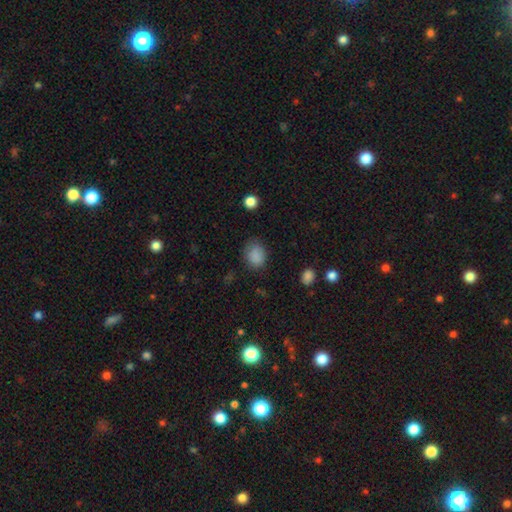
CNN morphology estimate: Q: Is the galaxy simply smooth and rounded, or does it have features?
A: smooth — 86%.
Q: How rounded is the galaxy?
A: round — 51%.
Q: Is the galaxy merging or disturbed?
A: none — 74%.